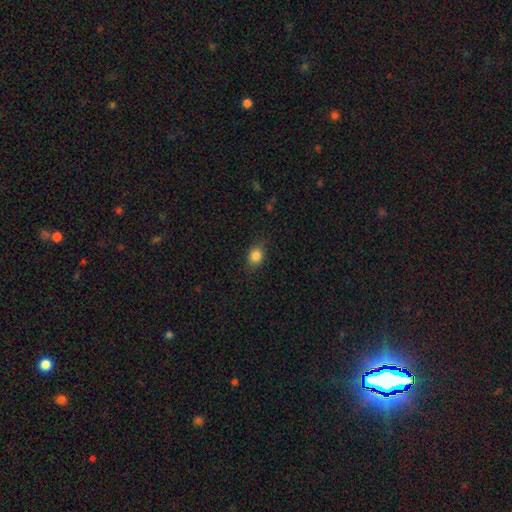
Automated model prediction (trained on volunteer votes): Smooth or featured? smooth (85%)
How rounded? round (53%)
Merging? none (78%)